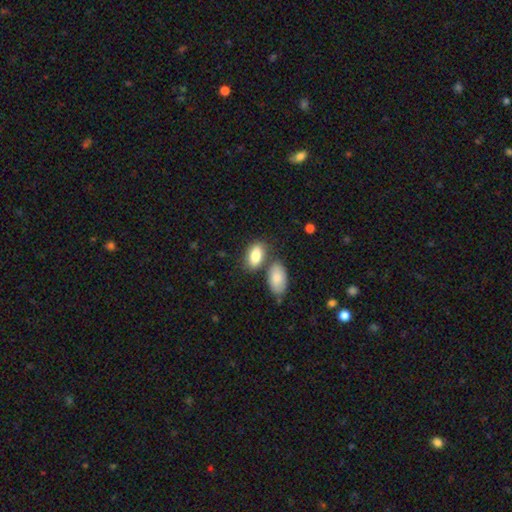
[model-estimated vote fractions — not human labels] A smooth galaxy with no disk features (85%) that is in between round and cigar-shaped (92%).

Vote fractions:
- Smooth or featured? smooth: 85% / featured or disk: 8% / star or artifact: 6%
- How rounded? in between: 92% / round: 5% / cigar-shaped: 3%
- Merging? none: 58% / merger: 24% / minor disturbance: 14% / major disturbance: 4%